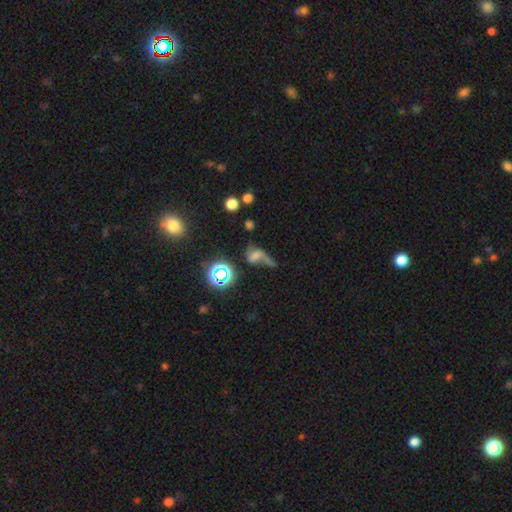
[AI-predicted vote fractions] Q: Smooth or featured?
A: smooth (36%); runner-up: featured or disk (34%)
Q: Merging?
A: major disturbance (32%); runner-up: none (30%)